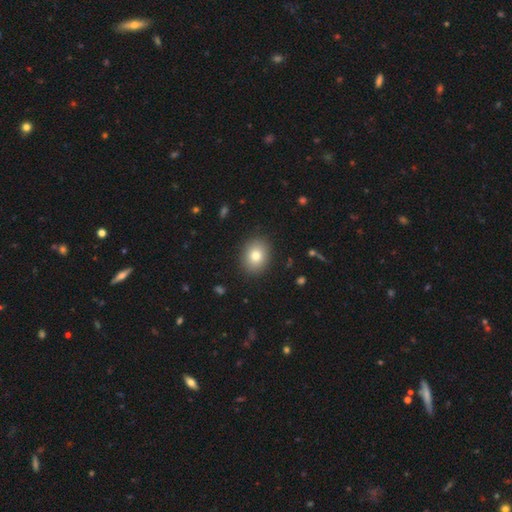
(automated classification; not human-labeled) This appears to be a smooth galaxy with no disk features (79%) that is round (52%). Merging: none (89%).